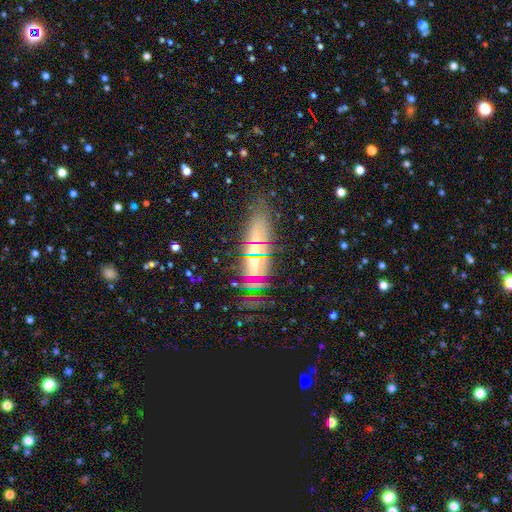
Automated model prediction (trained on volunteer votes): This is marginally a star or artifact rather than a galaxy (35%).